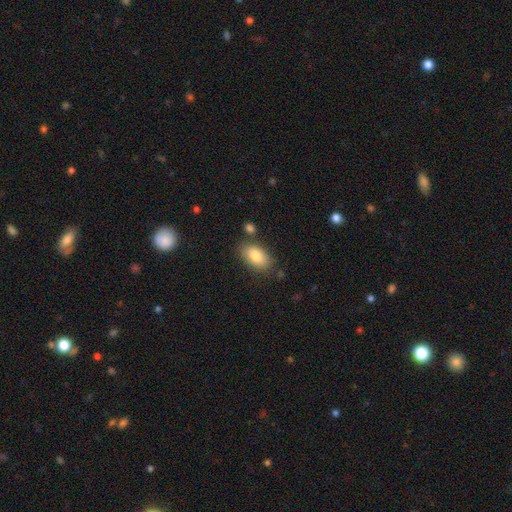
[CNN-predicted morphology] Overall: smooth (83%). How rounded: in between (93%). Merging: none (78%).